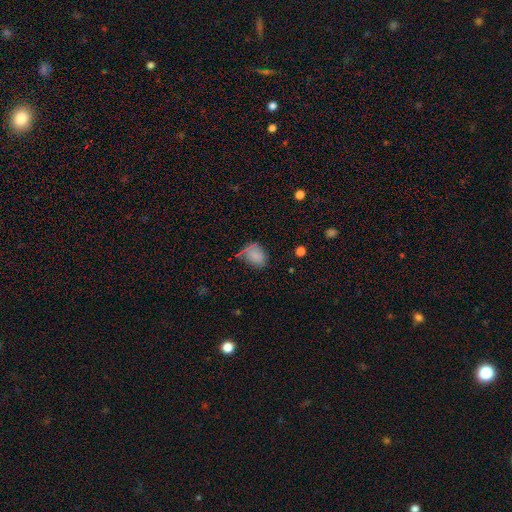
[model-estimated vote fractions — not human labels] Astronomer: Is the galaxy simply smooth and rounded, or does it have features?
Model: smooth — 77%.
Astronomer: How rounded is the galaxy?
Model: in between — 64%.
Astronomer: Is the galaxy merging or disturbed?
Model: none — 54% (runner-up: minor disturbance, 31%).